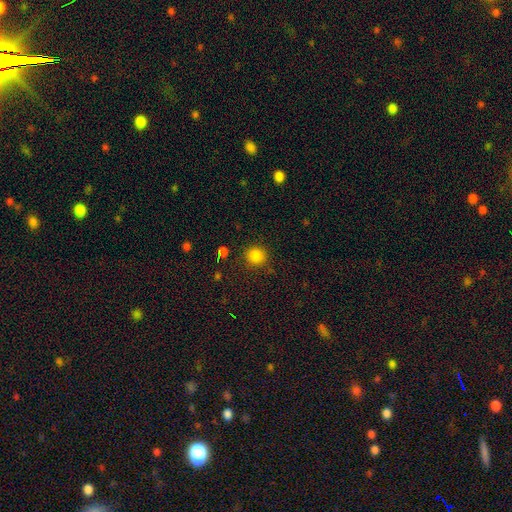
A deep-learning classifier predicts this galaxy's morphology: smooth-or-featured: smooth: 84% | star or artifact: 13% | featured or disk: 4%
  how-rounded: round: 91% | in between: 8% | cigar-shaped: 1%
  merging: none: 87% | minor disturbance: 8% | major disturbance: 3% | merger: 2%